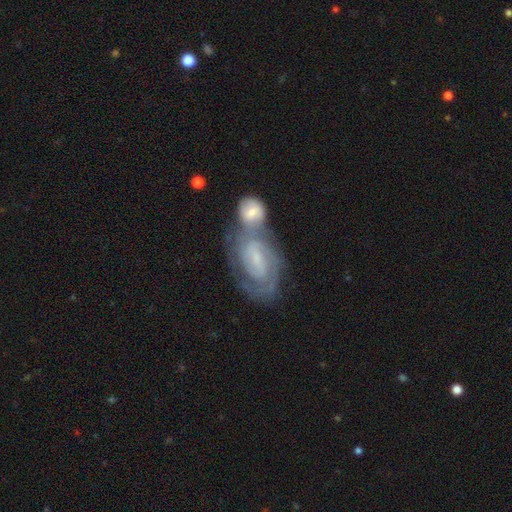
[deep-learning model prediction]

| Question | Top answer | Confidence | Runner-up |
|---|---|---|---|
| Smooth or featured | featured or disk | 67% | smooth (19%) |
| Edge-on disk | no | 94% | yes (6%) |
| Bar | no | 44% | weak (43%) |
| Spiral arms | yes | 84% | no (16%) |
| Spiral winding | tight | 48% | medium (38%) |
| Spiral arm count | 2 | 54% | can't tell (27%) |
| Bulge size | small | 58% | moderate (27%) |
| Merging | none | 42% | merger (39%) |